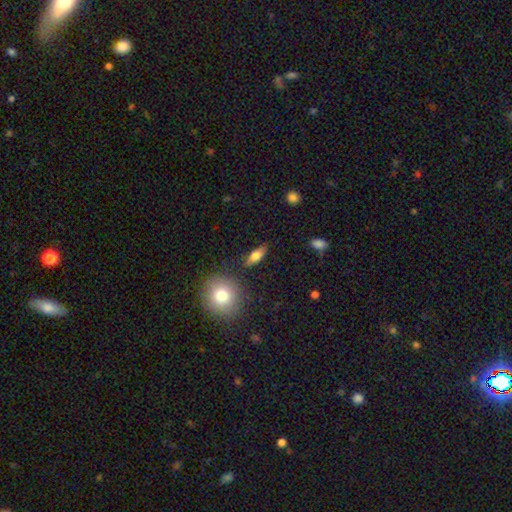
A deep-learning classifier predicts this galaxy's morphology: type=smooth (67%); roundness=in between (69%); merging=none (82%).